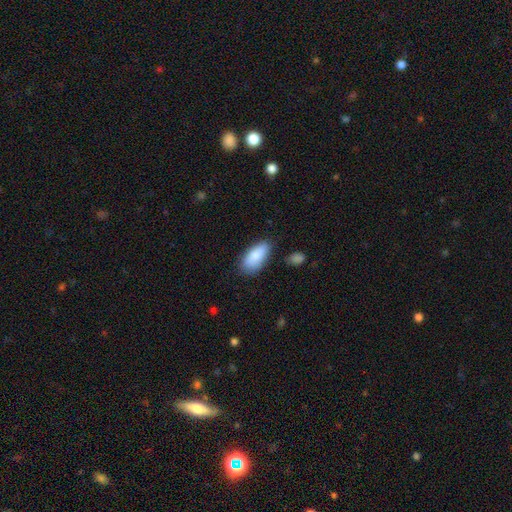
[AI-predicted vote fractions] A smooth galaxy with no disk features (86%) that is in between round and cigar-shaped (89%). Merging: none (76%).